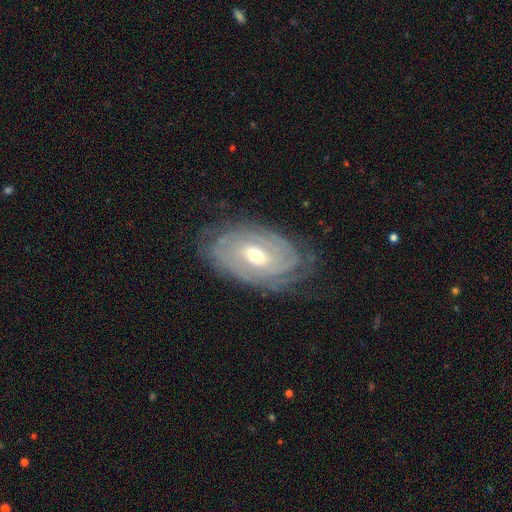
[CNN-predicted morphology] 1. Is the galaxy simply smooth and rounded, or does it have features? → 86% featured or disk, 9% smooth, 5% star or artifact.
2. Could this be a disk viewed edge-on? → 94% no, 6% yes.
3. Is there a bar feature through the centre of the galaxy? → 44% weak, 37% no, 19% strong.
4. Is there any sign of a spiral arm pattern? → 95% yes, 5% no.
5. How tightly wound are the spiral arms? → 79% tight, 17% medium, 4% loose.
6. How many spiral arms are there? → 37% can't tell, 20% 2, 18% 3, 13% 4, 7% more than 4, 5% 1.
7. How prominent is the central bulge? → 63% moderate, 32% small, 3% large, 1% none, 1% dominant.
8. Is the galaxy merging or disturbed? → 75% none, 18% minor disturbance, 6% major disturbance, 1% merger.